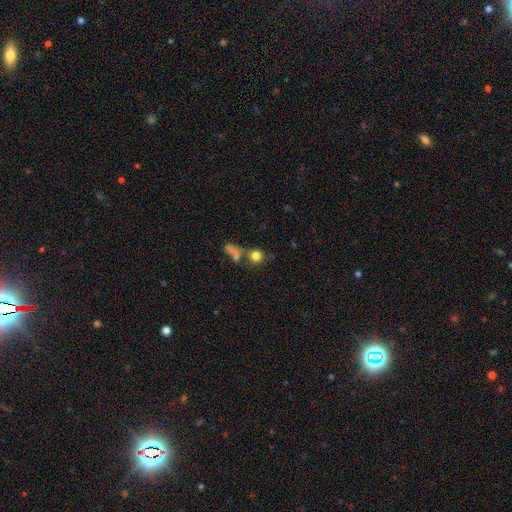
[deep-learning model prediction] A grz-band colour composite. It shows a smooth galaxy with no disk features (76%) that is round (86%). Merging: none (56%).